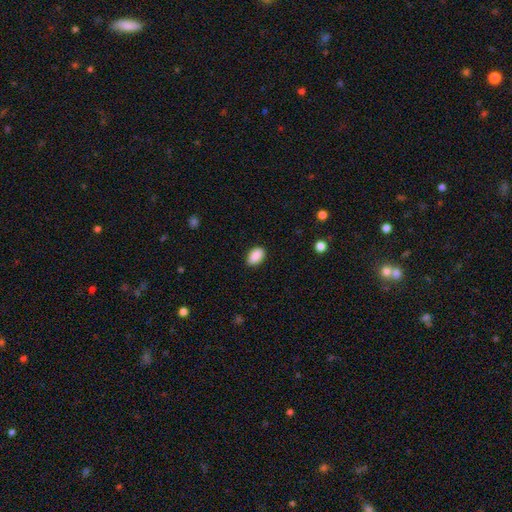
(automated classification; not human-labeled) Smooth or featured? Predicted: smooth (p=0.90). How rounded? Predicted: in between (p=0.90). Merging? Predicted: none (p=0.88).